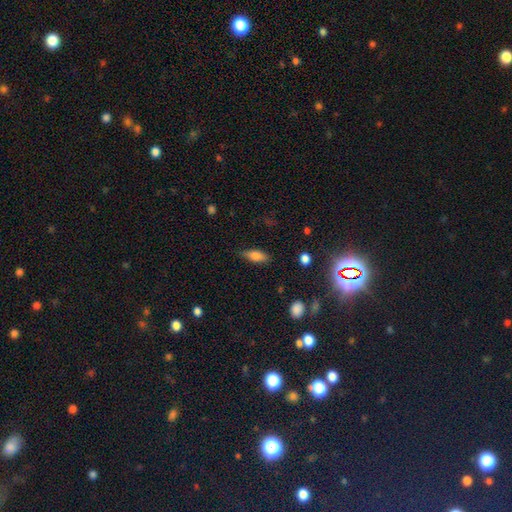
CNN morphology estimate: smooth_or_featured: smooth (p=0.75) [alt: featured or disk p=0.17]
how_rounded: in between (p=0.74) [alt: cigar-shaped p=0.23]
merging: none (p=0.81) [alt: minor disturbance p=0.14]